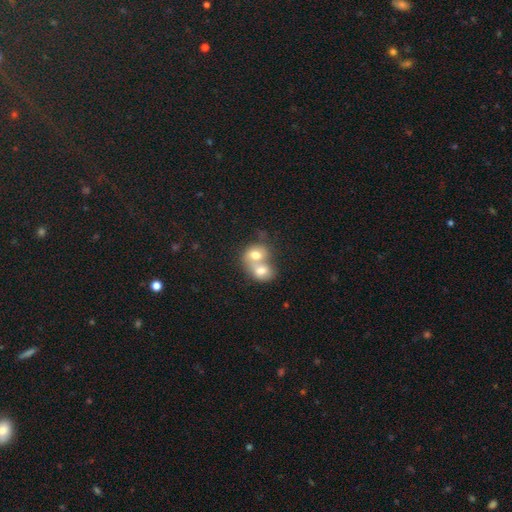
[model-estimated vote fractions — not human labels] Q: Smooth or featured?
A: smooth (69%); runner-up: featured or disk (23%)
Q: How rounded?
A: round (52%); runner-up: in between (47%)
Q: Merging?
A: merger (78%); runner-up: none (14%)